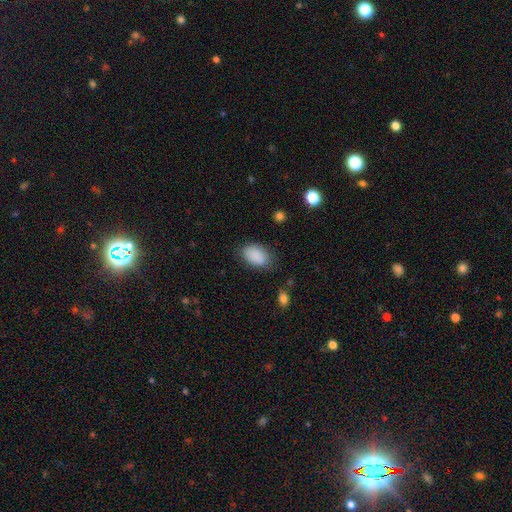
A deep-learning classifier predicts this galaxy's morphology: A smooth galaxy with no disk features (89%) that is in between round and cigar-shaped (90%).

Vote fractions:
- Smooth or featured? smooth: 89% / star or artifact: 7% / featured or disk: 4%
- How rounded? in between: 90% / round: 8% / cigar-shaped: 1%
- Merging? none: 80% / minor disturbance: 14% / major disturbance: 4% / merger: 1%